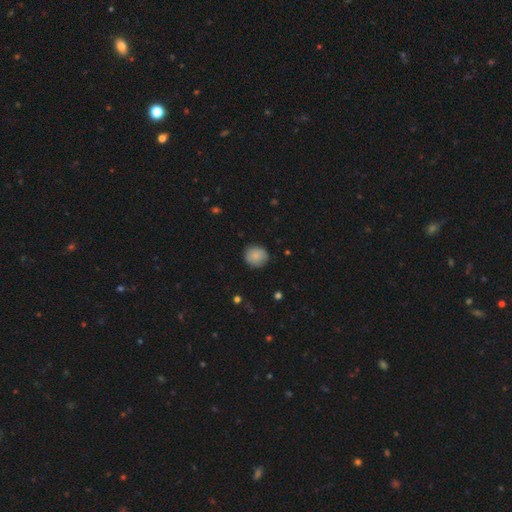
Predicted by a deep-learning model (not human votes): This is clearly a smooth galaxy (84%). How rounded: clearly round (90%). Merging: clearly none (86%).